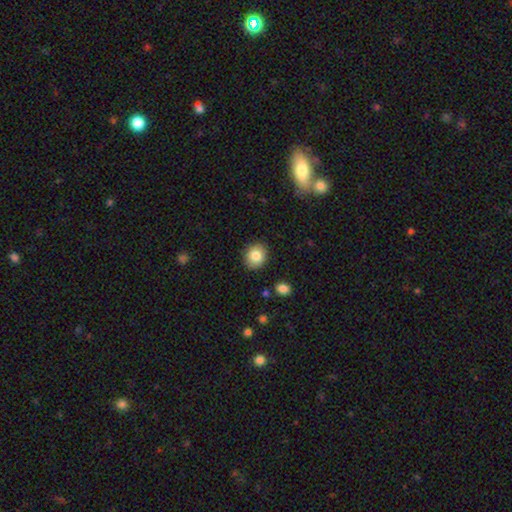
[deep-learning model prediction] Smooth or featured? smooth (83%)
How rounded? round (68%)
Merging? none (89%)